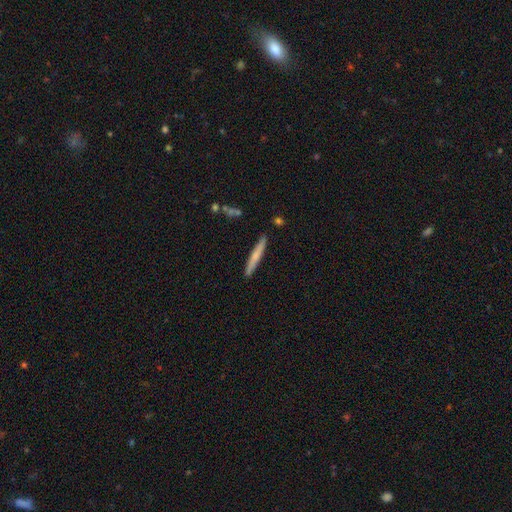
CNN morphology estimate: Smooth or featured?
  - smooth: 61% *
  - featured or disk: 33%
  - star or artifact: 5%
How rounded?
  - cigar-shaped: 96% *
  - in between: 3%
  - round: 1%
Merging?
  - none: 89% *
  - minor disturbance: 8%
  - merger: 2%
  - major disturbance: 1%